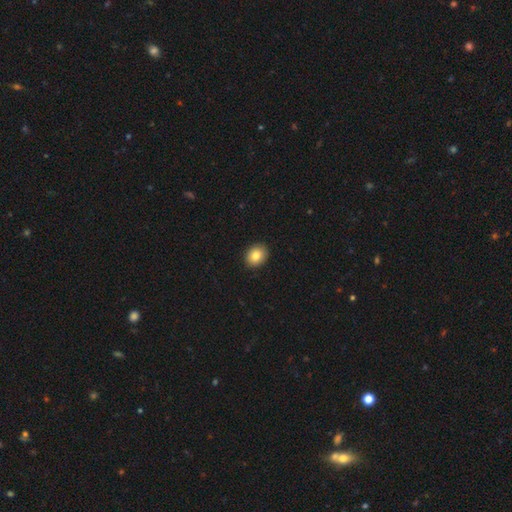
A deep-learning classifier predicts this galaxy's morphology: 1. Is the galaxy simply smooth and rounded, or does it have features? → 82% smooth, 9% star or artifact, 9% featured or disk.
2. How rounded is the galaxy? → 51% round, 48% in between, 1% cigar-shaped.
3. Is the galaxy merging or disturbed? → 91% none, 6% minor disturbance, 2% major disturbance, 1% merger.